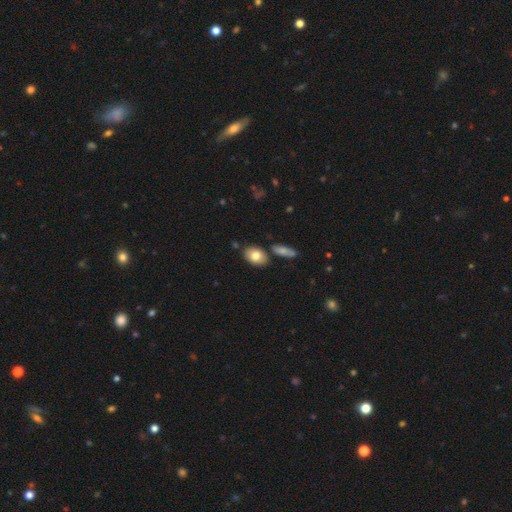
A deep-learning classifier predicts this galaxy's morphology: Smooth or featured?
  - smooth: 78% *
  - featured or disk: 15%
  - star or artifact: 7%
How rounded?
  - in between: 83% *
  - round: 15%
  - cigar-shaped: 2%
Merging?
  - none: 77% *
  - minor disturbance: 12%
  - merger: 9%
  - major disturbance: 3%